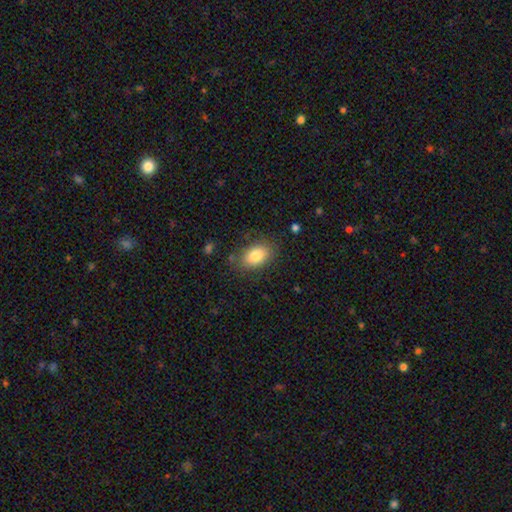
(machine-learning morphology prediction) Smooth or featured?
  - smooth: 82% *
  - featured or disk: 11%
  - star or artifact: 8%
How rounded?
  - in between: 88% *
  - round: 11%
  - cigar-shaped: 2%
Merging?
  - none: 80% *
  - minor disturbance: 14%
  - major disturbance: 4%
  - merger: 2%